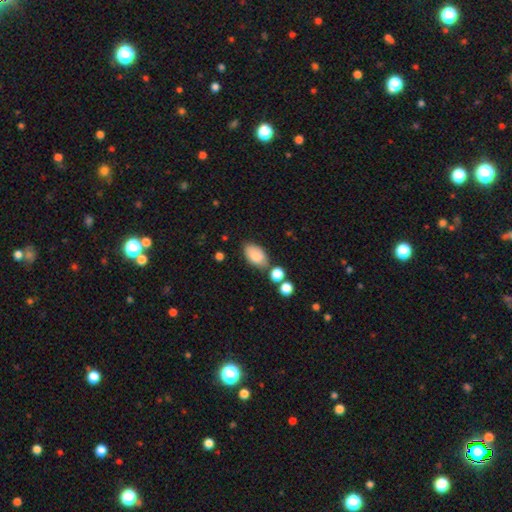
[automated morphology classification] The model was most divided on "merging": none: 71%, minor disturbance: 16%, merger: 9%, major disturbance: 4%. More confident: how rounded — in between (93%); smooth or featured — smooth (83%).